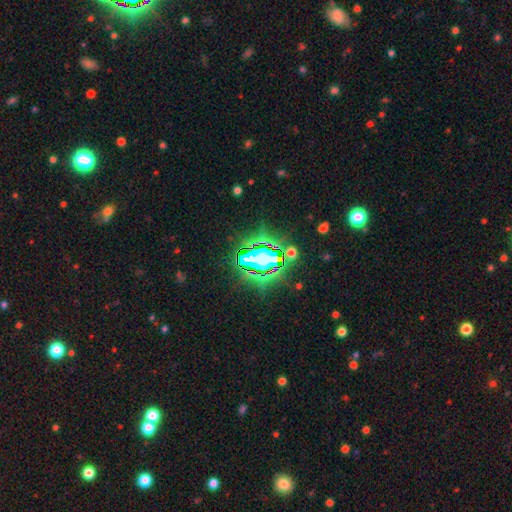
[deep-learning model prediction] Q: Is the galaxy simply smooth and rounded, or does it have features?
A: star or artifact — 66%.